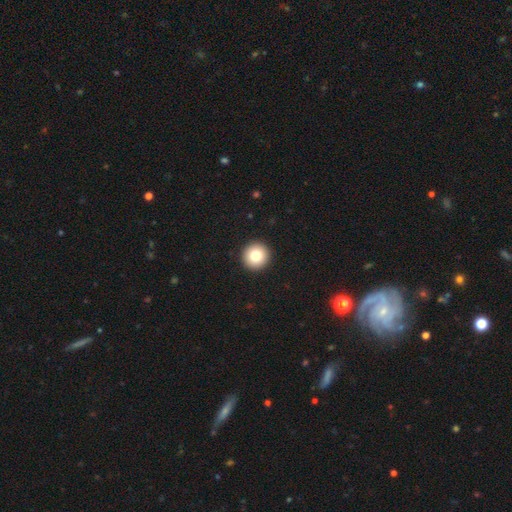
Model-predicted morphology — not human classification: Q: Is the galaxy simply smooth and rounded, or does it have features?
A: smooth — 80%.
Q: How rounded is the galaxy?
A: round — 96%.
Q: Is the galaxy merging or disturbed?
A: none — 94%.